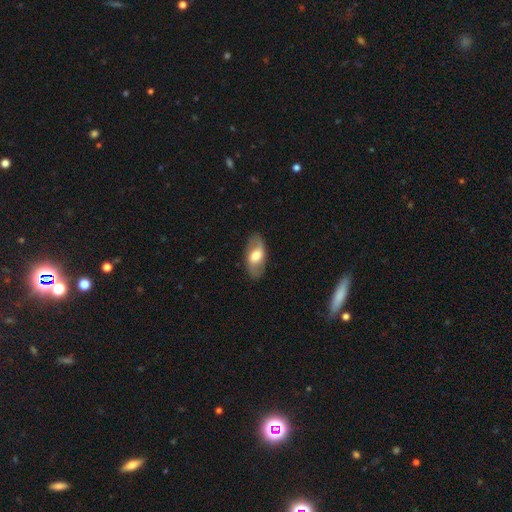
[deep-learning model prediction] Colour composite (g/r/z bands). It shows a featured or disk galaxy (47%, tied with smooth). Merging: none (84%).